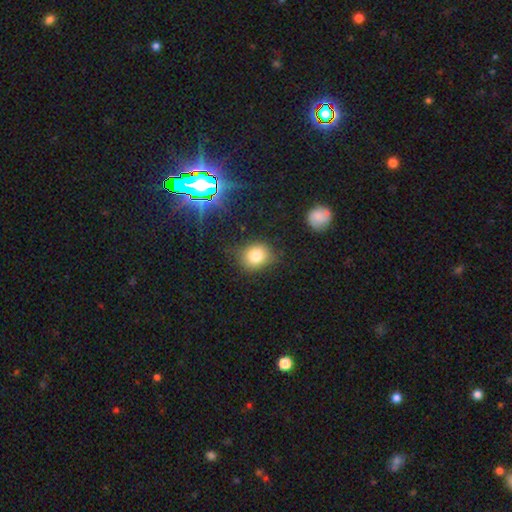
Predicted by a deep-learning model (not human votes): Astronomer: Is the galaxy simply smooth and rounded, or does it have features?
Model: smooth — 78%.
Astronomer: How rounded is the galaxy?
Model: round — 68%.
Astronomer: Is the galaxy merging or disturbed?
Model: none — 76%.